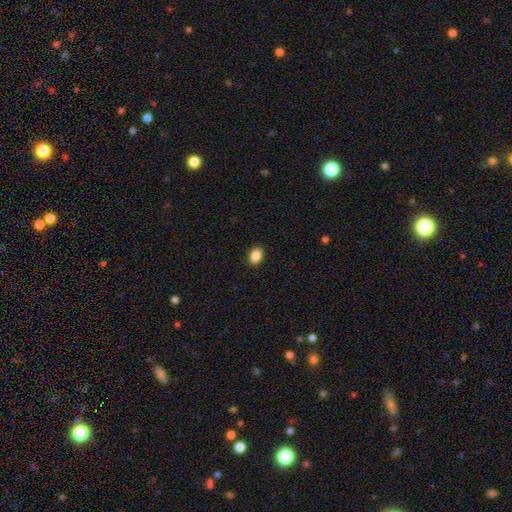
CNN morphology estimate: smooth-or-featured: smooth: 88% | star or artifact: 8% | featured or disk: 4%
  how-rounded: in between: 78% | round: 20% | cigar-shaped: 1%
  merging: none: 90% | minor disturbance: 7% | major disturbance: 2% | merger: 1%